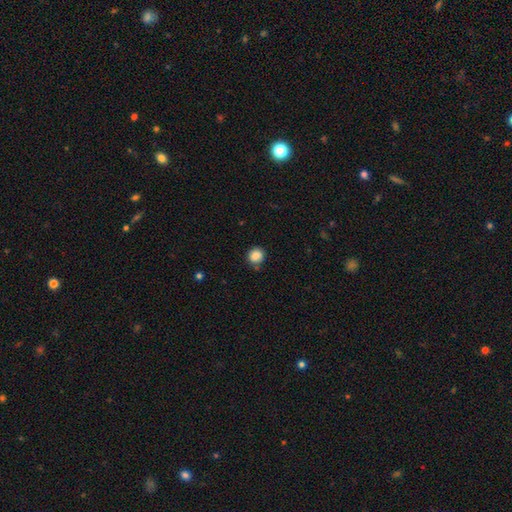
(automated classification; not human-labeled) smooth 86%, star or artifact 10%, featured or disk 4%. Down the decision tree: how rounded — round (81%); merging — none (78%).